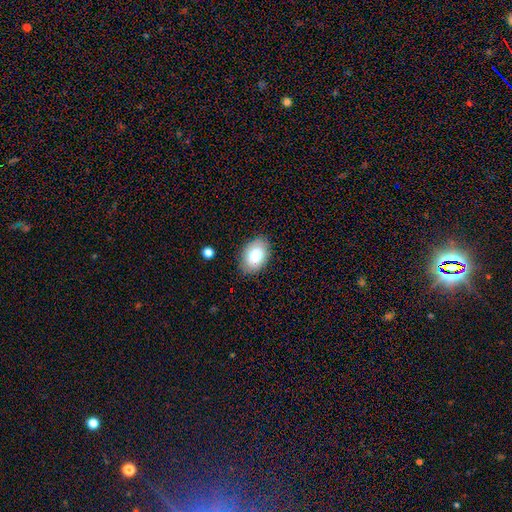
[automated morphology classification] A smooth galaxy with no disk features (79%) that is in between round and cigar-shaped (85%).

Vote fractions:
- Smooth or featured? smooth: 79% / featured or disk: 14% / star or artifact: 8%
- How rounded? in between: 85% / round: 14% / cigar-shaped: 1%
- Merging? none: 85% / minor disturbance: 11% / major disturbance: 3% / merger: 1%